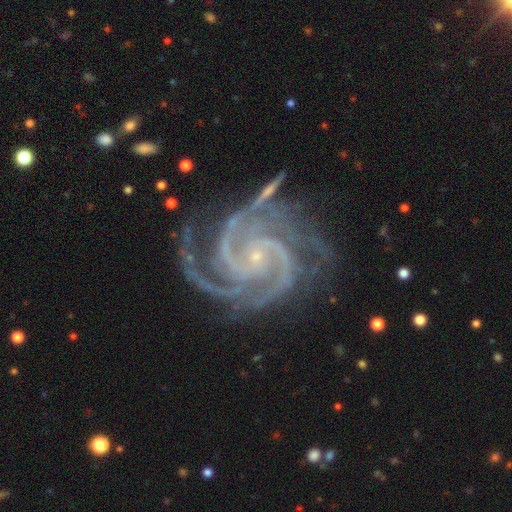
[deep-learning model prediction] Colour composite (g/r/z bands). It shows a featured or disk galaxy (94%) with no bar (64%), 3 (39%) tight (67%) spiral arms (99%) and a small central bulge (88%). Merging: none (71%).